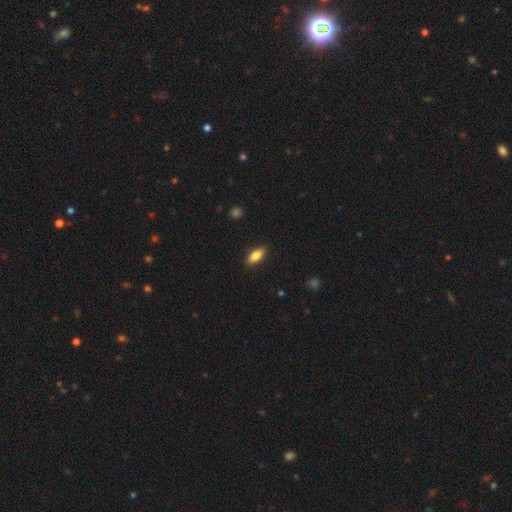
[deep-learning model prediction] smooth 84%, featured or disk 9%, star or artifact 7%. Down the decision tree: how rounded — in between (83%); merging — none (88%).